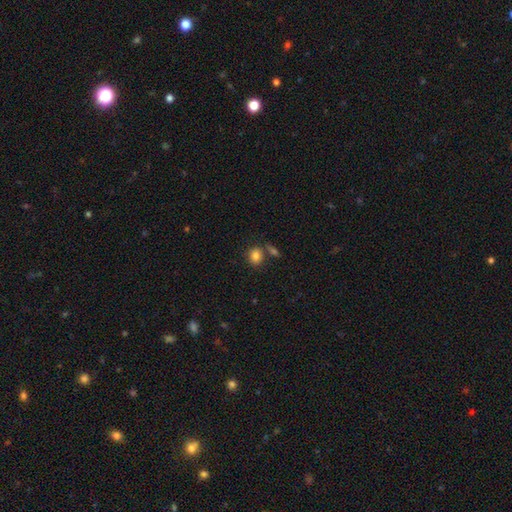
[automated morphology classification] A smooth galaxy with no disk features (83%) that is round (56%). Merging: none (67%).